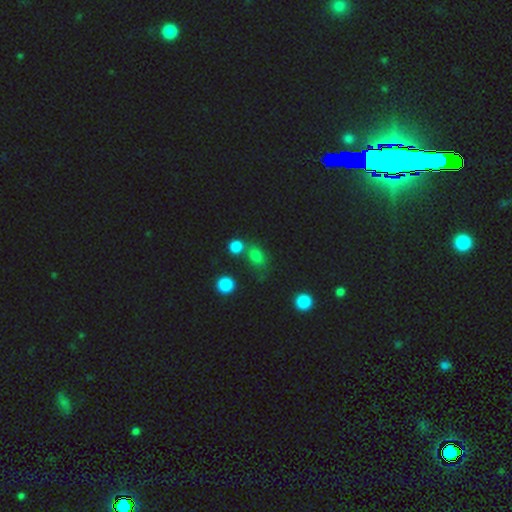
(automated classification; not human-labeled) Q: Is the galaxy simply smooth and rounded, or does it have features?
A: smooth — 74%.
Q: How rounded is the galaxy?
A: in between — 56%.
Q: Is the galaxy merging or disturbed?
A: none — 57%.